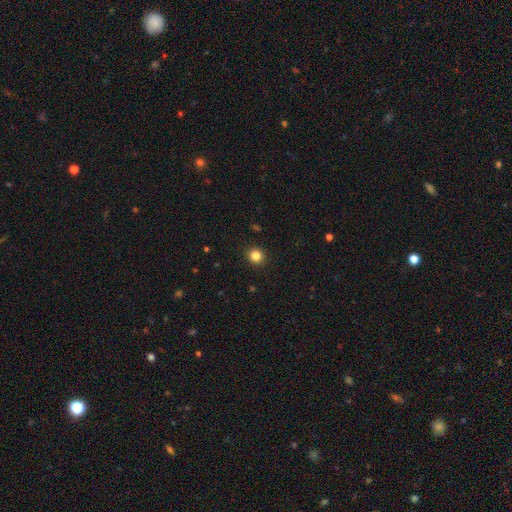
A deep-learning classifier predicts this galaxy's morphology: Overall: smooth (84%). How rounded: round (91%). Merging: none (93%).